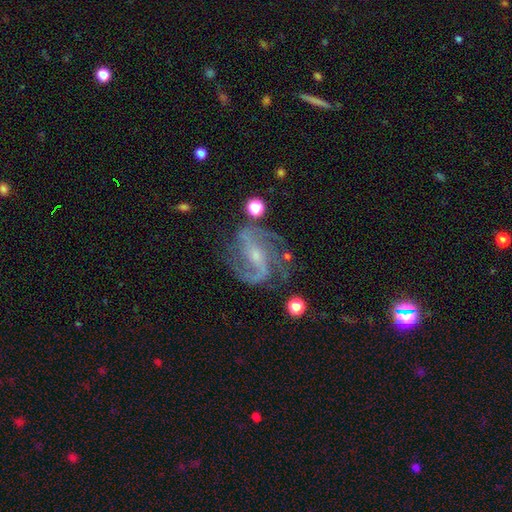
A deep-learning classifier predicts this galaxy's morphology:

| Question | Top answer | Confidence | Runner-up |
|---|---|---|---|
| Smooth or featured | featured or disk | 89% | star or artifact (7%) |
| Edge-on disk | no | 97% | yes (3%) |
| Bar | strong | 41% | weak (39%) |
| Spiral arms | yes | 97% | no (3%) |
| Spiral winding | medium | 54% | loose (26%) |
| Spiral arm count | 2 | 69% | 3 (14%) |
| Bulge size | small | 67% | moderate (27%) |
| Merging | none | 69% | minor disturbance (17%) |